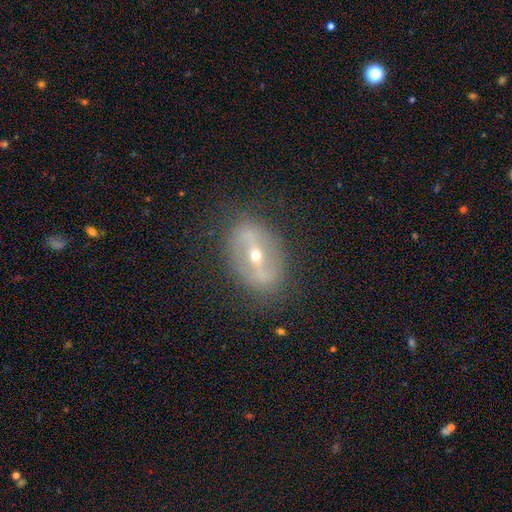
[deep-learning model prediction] Smooth or featured? Predicted: featured or disk (p=0.76). Edge-on disk? Predicted: no (p=0.86). Bar? Predicted: strong (p=0.67). Spiral arms? Predicted: no (p=0.62). Bulge size? Predicted: small (p=0.54). Merging? Predicted: none (p=0.80).